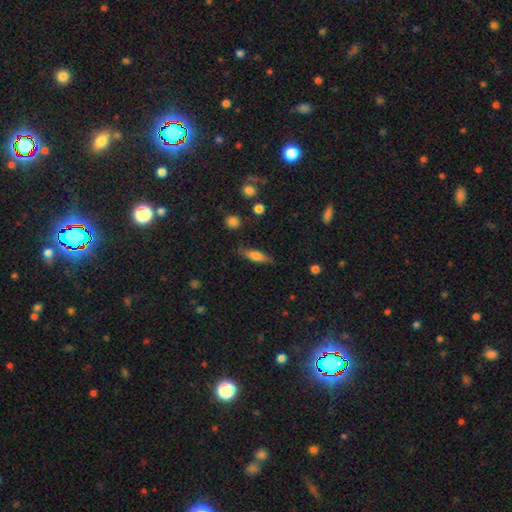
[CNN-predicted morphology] Smooth or featured? smooth (60%)
How rounded? cigar-shaped (55%)
Merging? none (82%)